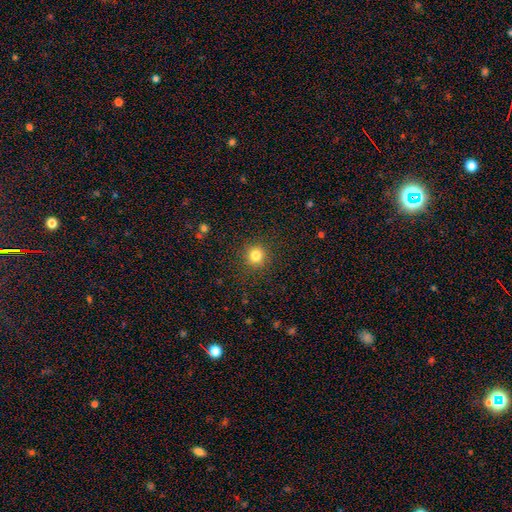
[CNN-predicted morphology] Q: Smooth or featured?
A: smooth (82%); runner-up: star or artifact (13%)
Q: How rounded?
A: round (92%); runner-up: in between (7%)
Q: Merging?
A: none (90%); runner-up: minor disturbance (6%)